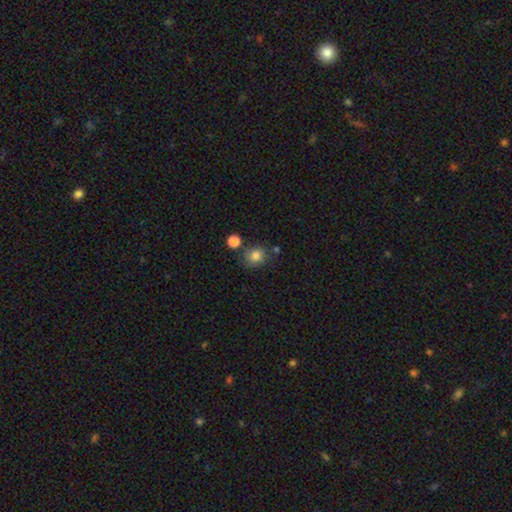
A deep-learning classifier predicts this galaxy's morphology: The model was most divided on "how rounded": round: 76%, in between: 24%, cigar-shaped: 1%. More confident: smooth or featured — smooth (80%); merging — none (71%).